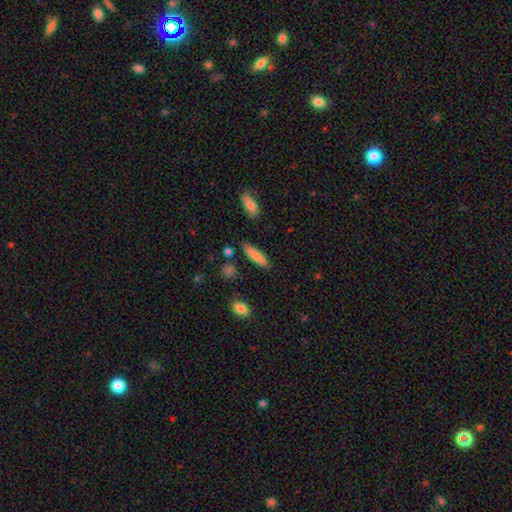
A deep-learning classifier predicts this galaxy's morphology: Smooth or featured? Predicted: smooth (p=0.82). How rounded? Predicted: cigar-shaped (p=0.68). Merging? Predicted: none (p=0.85).